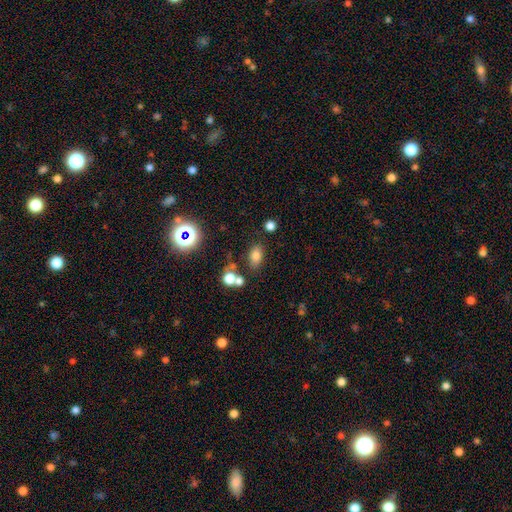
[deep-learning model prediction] smooth_or_featured: smooth (p=0.75) [alt: star or artifact p=0.16]
how_rounded: in between (p=0.81) [alt: round p=0.16]
merging: none (p=0.72) [alt: minor disturbance p=0.13]